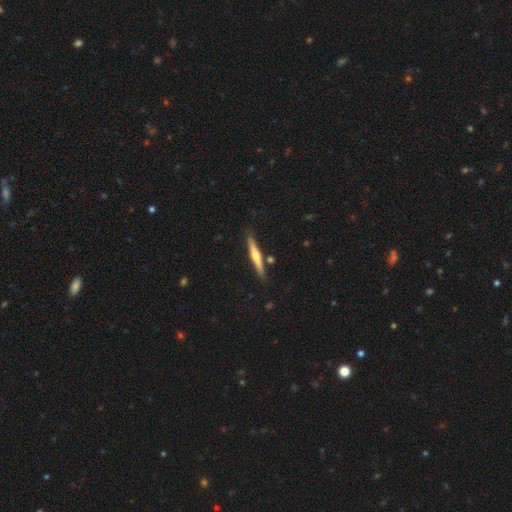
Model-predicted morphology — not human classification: featured or disk 58%, smooth 36%, star or artifact 6%. Down the decision tree: edge-on disk — yes (96%); edge-on bulge — rounded (85%); merging — none (85%).